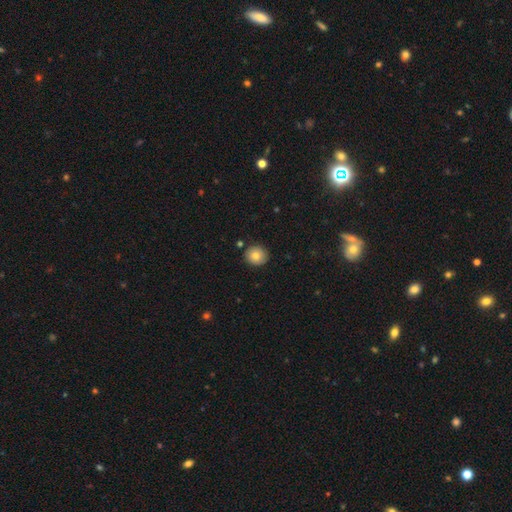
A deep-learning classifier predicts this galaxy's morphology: Smooth or featured: smooth — 81% (featured or disk — 10%)
How rounded: round — 90% (in between — 9%)
Merging: none — 87% (minor disturbance — 8%)